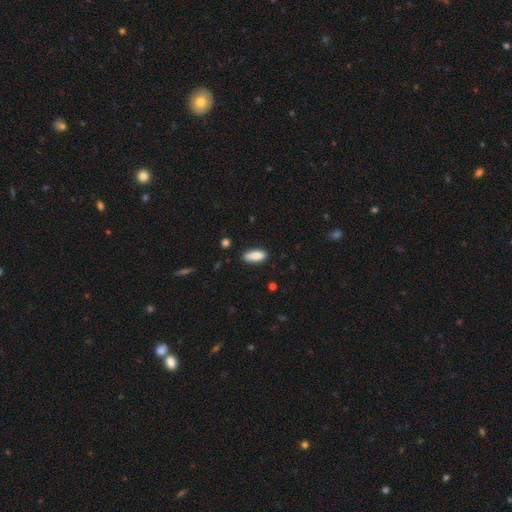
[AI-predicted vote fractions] Smooth or featured: smooth — 85% (featured or disk — 8%)
How rounded: in between — 76% (cigar-shaped — 21%)
Merging: none — 81% (minor disturbance — 15%)